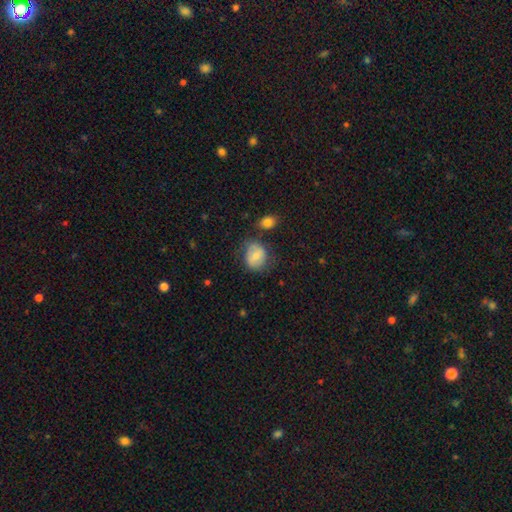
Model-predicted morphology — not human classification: This appears to be a smooth galaxy with no disk features (67%) that is round (53%). Merging: none (60%).